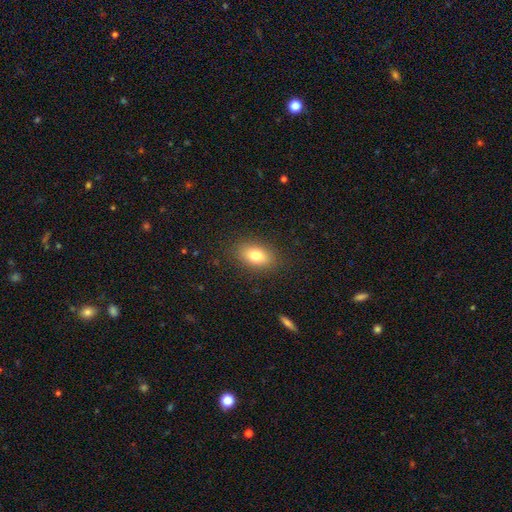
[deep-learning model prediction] Morphology: type=smooth (79%); roundness=in between (83%); merging=none (86%).